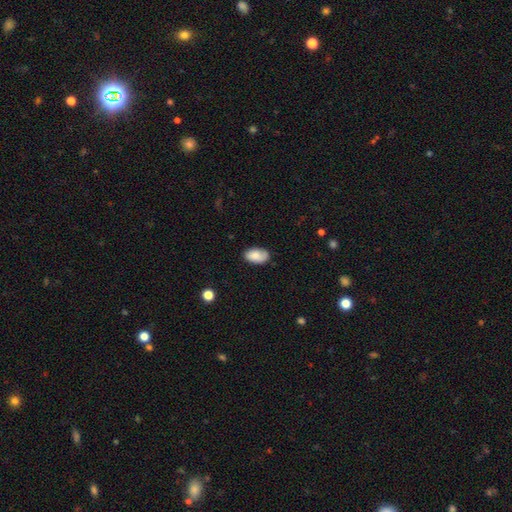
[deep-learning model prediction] A smooth galaxy with no disk features (82%) that is in between round and cigar-shaped (94%).

Vote fractions:
- Smooth or featured? smooth: 82% / featured or disk: 11% / star or artifact: 7%
- How rounded? in between: 94% / round: 5% / cigar-shaped: 1%
- Merging? none: 76% / minor disturbance: 19% / major disturbance: 4% / merger: 1%